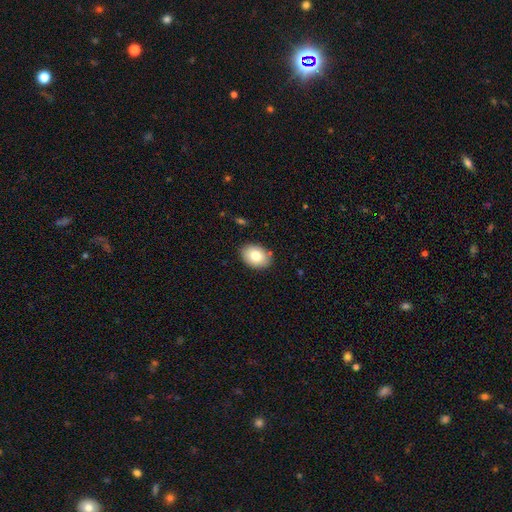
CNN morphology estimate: smooth 79%, featured or disk 13%, star or artifact 8%. Down the decision tree: how rounded — in between (77%); merging — none (86%).